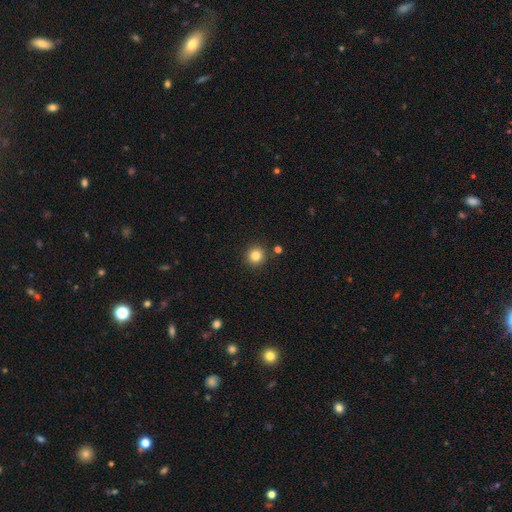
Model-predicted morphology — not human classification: Q: Smooth or featured?
A: smooth (83%); runner-up: star or artifact (12%)
Q: How rounded?
A: round (94%); runner-up: in between (5%)
Q: Merging?
A: none (88%); runner-up: minor disturbance (6%)